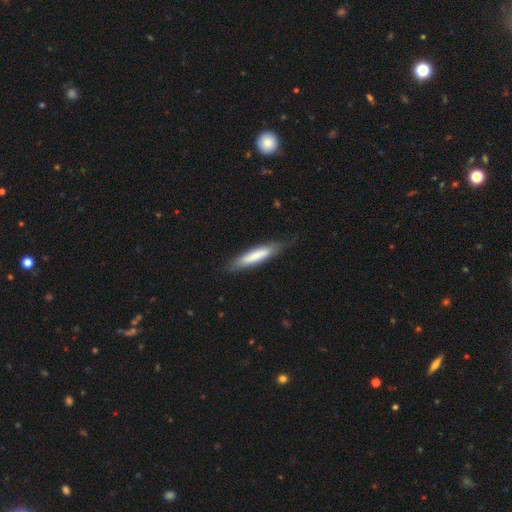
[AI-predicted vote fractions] smooth 73%, featured or disk 21%, star or artifact 5%. Down the decision tree: how rounded — cigar-shaped (82%); merging — none (75%).